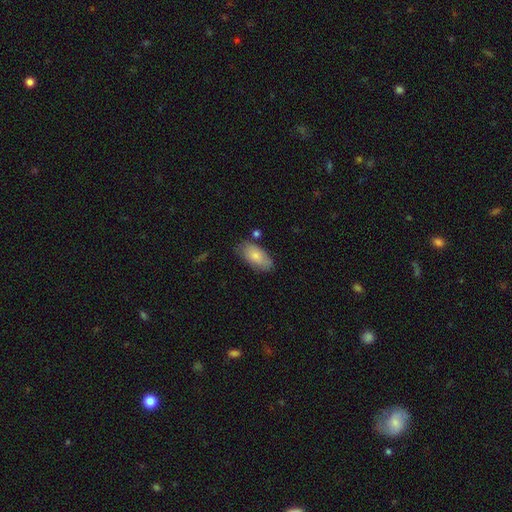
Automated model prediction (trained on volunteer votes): Smooth or featured: smooth — 79% (featured or disk — 15%)
How rounded: in between — 92% (cigar-shaped — 5%)
Merging: none — 72% (minor disturbance — 20%)